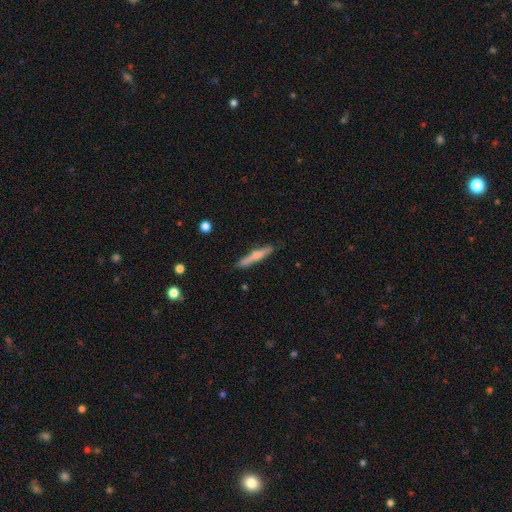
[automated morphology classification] smooth-or-featured: smooth: 63% | featured or disk: 31% | star or artifact: 6%
  how-rounded: cigar-shaped: 93% | in between: 5% | round: 1%
  merging: none: 83% | minor disturbance: 12% | major disturbance: 2% | merger: 2%